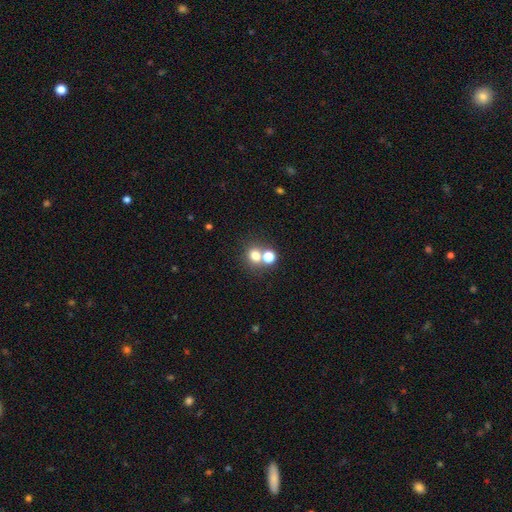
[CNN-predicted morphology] This is likely a smooth galaxy (73%). How rounded: likely round (79%). Merging: possibly none (56%).